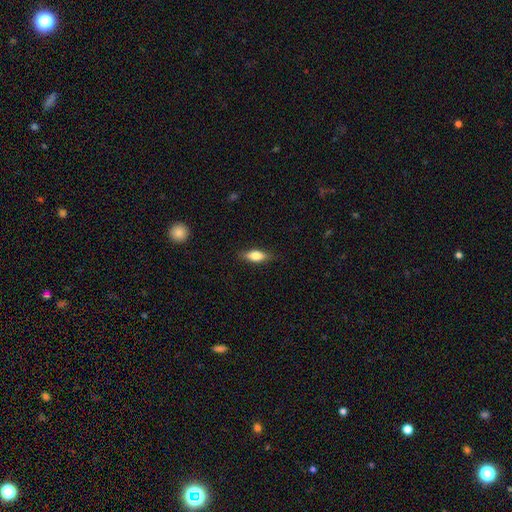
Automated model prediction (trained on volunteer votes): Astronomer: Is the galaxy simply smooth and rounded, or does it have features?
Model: smooth — 72%.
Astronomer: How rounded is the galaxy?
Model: in between — 71%.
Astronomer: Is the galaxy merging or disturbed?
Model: none — 84%.